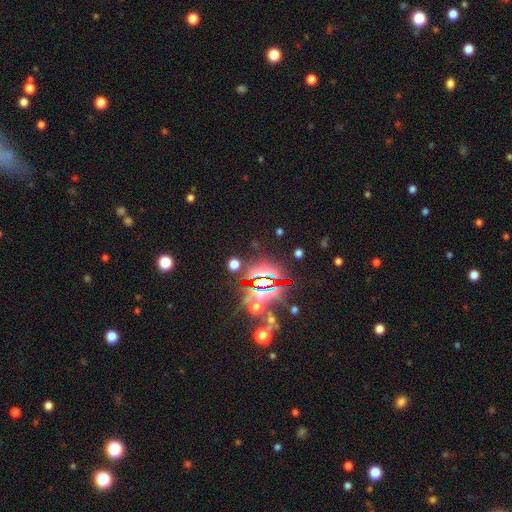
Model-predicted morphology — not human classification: This appears to be a star or artifact, not a galaxy (84%).